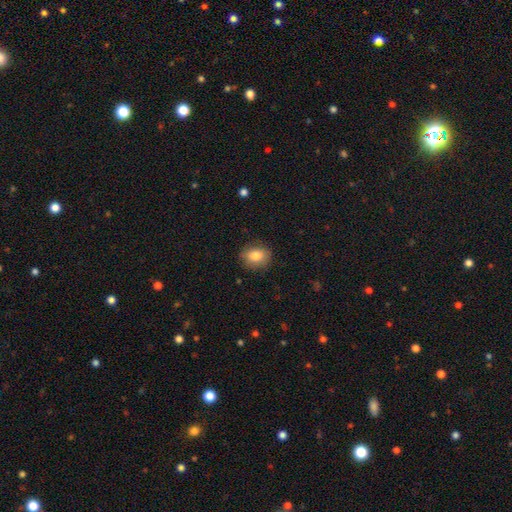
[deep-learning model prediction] Morphology: type=smooth (82%); roundness=round (55%); merging=none (84%).